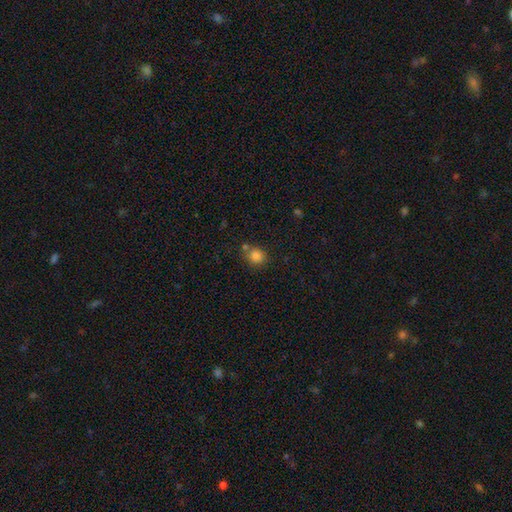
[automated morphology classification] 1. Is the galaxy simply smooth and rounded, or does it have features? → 84% smooth, 11% star or artifact, 5% featured or disk.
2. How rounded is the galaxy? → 81% round, 18% in between, 1% cigar-shaped.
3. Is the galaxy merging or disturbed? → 66% none, 17% merger, 13% minor disturbance, 4% major disturbance.